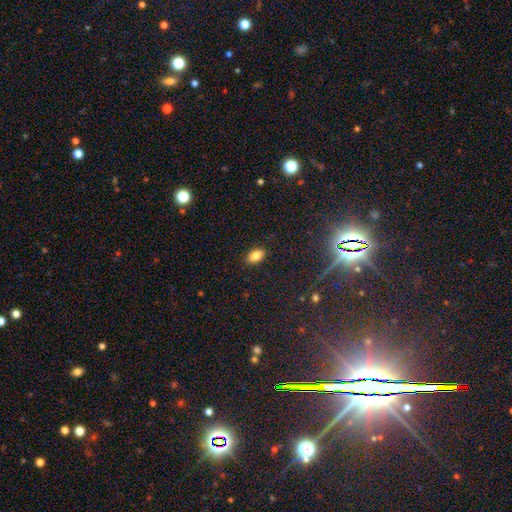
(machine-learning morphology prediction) smooth_or_featured: smooth (p=0.84) [alt: star or artifact p=0.10]
how_rounded: in between (p=0.90) [alt: round p=0.08]
merging: none (p=0.88) [alt: minor disturbance p=0.09]